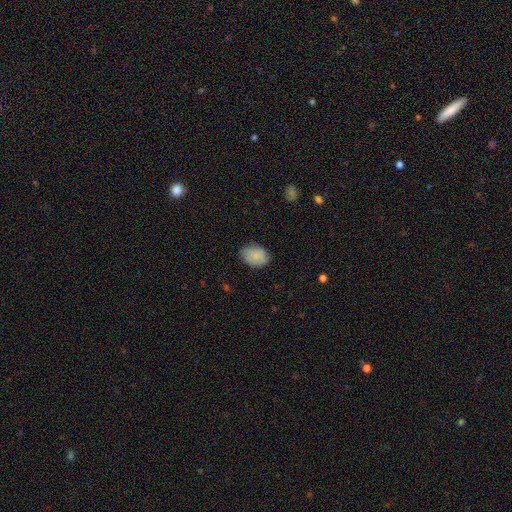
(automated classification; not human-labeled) Smooth or featured?
  - smooth: 85% *
  - featured or disk: 8%
  - star or artifact: 7%
How rounded?
  - in between: 69% *
  - round: 30%
  - cigar-shaped: 1%
Merging?
  - none: 76% *
  - minor disturbance: 19%
  - major disturbance: 4%
  - merger: 1%